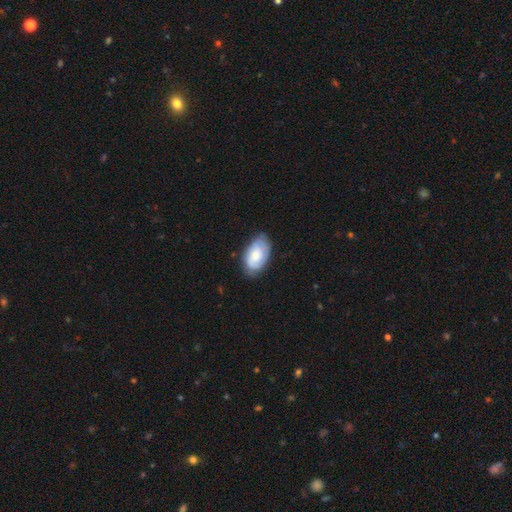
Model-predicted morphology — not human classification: smooth_or_featured: smooth (p=0.49) [alt: featured or disk p=0.45]
merging: none (p=0.71) [alt: minor disturbance p=0.23]